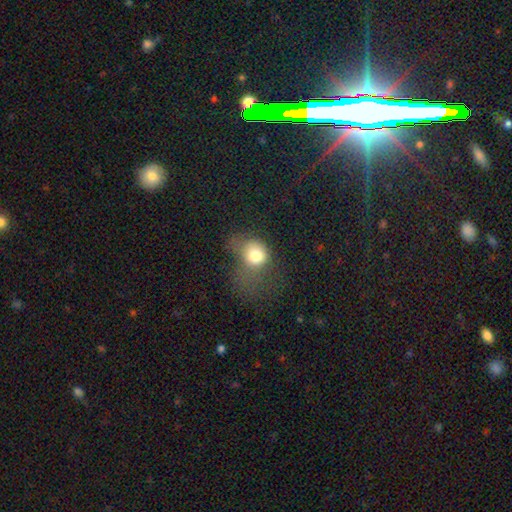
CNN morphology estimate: Overall: smooth (75%). How rounded: round (60%; in between 39%). Merging: major disturbance (46%; minor disturbance 26%).